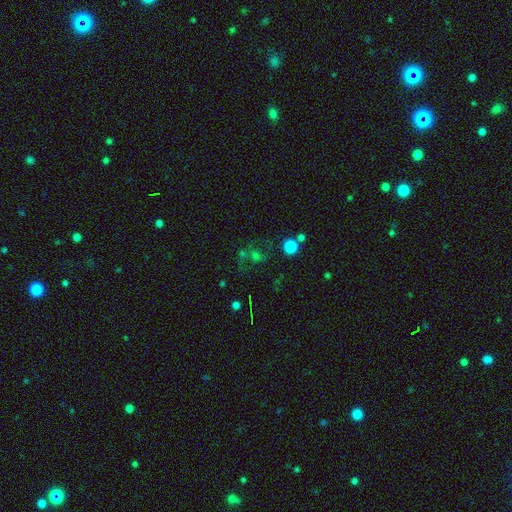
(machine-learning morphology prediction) A smooth galaxy with no disk features (41%).

Vote fractions:
- Smooth or featured? smooth: 41% / star or artifact: 36% / featured or disk: 23%
- Merging? none: 49% / major disturbance: 19% / merger: 18% / minor disturbance: 14%